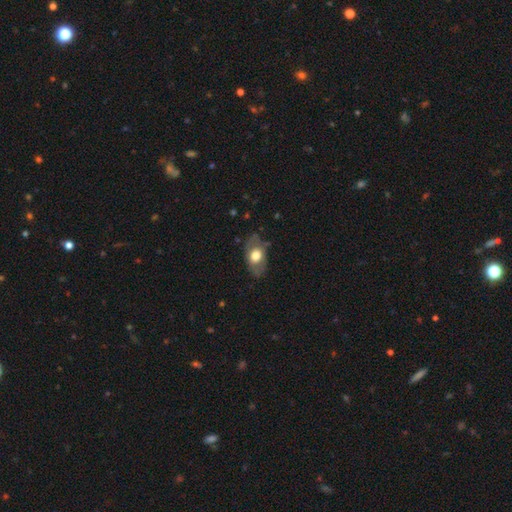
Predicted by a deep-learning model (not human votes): This is possibly a smooth galaxy (56%). How rounded: clearly in between (85%). Merging: likely none (71%).